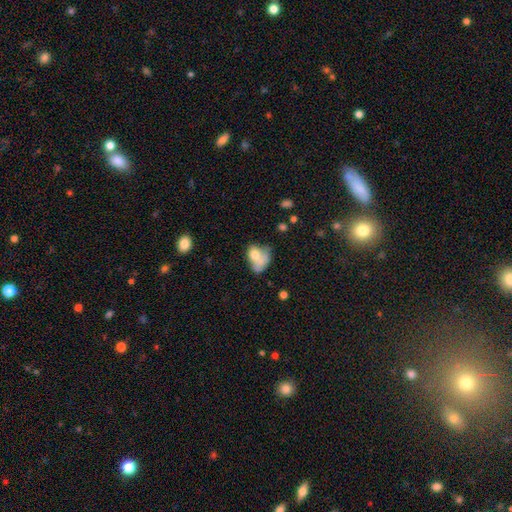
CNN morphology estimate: This appears to be a smooth galaxy with no disk features (67%) that is in between round and cigar-shaped (68%). Merging: merger (40%).